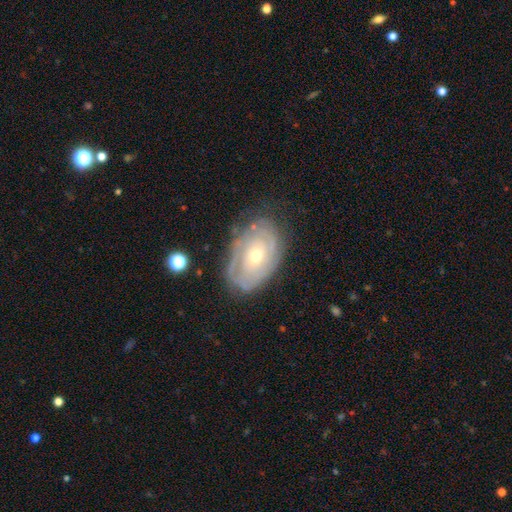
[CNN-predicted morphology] Smooth or featured: featured or disk — 78% (smooth — 16%)
Edge-on disk: no — 95% (yes — 5%)
Bar: no — 76% (weak — 20%)
Spiral arms: yes — 83% (no — 17%)
Spiral winding: tight — 73% (medium — 20%)
Spiral arm count: can't tell — 47% (2 — 26%)
Bulge size: moderate — 54% (small — 43%)
Merging: none — 70% (minor disturbance — 21%)